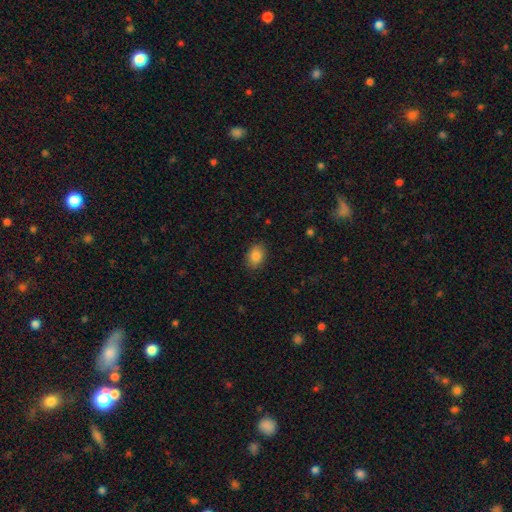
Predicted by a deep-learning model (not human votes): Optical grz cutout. It shows a smooth galaxy with no disk features (86%) that is in between round and cigar-shaped (79%). Merging: none (87%).